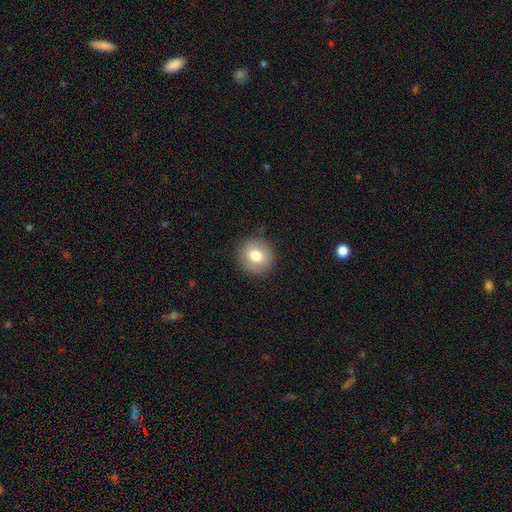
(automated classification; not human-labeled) This is likely a smooth galaxy (78%). How rounded: clearly round (89%). Merging: clearly none (90%).